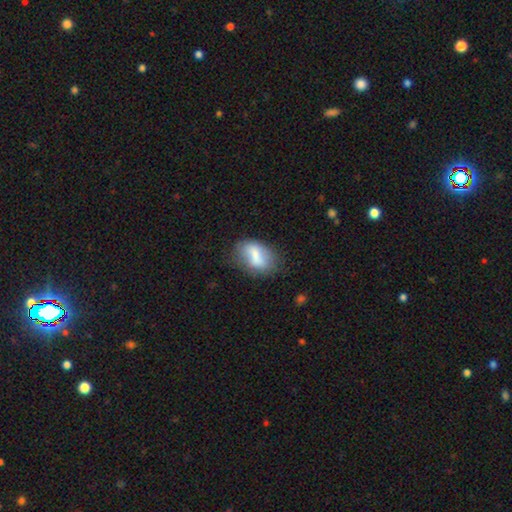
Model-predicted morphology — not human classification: Smooth or featured? smooth (68%)
How rounded? in between (84%)
Merging? none (54%)